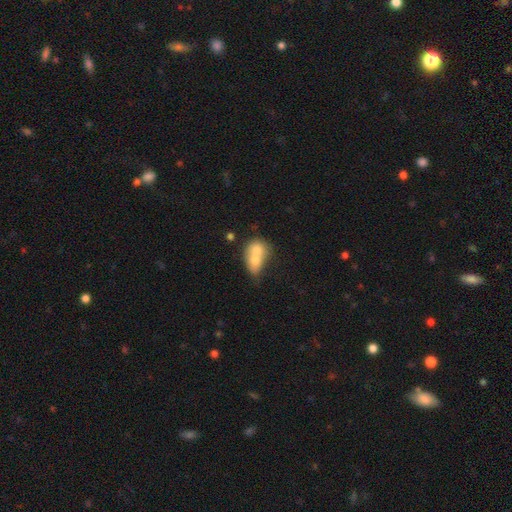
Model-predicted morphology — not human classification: This appears to be a smooth galaxy with no disk features (67%) that is in between round and cigar-shaped (63%). Merging: merger (74%).